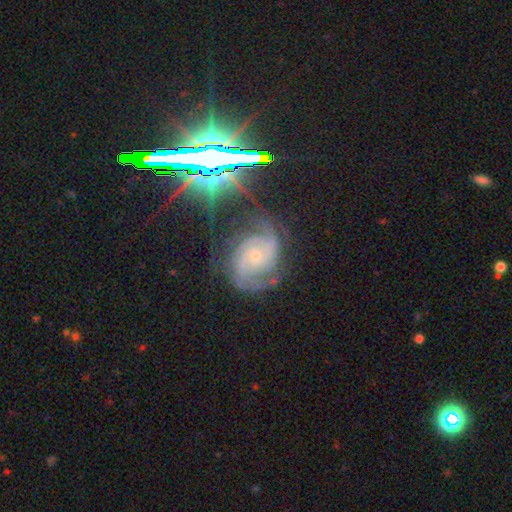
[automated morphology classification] type=featured or disk (83%); edge-on=no (97%); bar=no (72%); spiral arms=yes (97%); winding=tight (46%); arm count=2 (47%); bulge=small (76%); merging=none (68%).